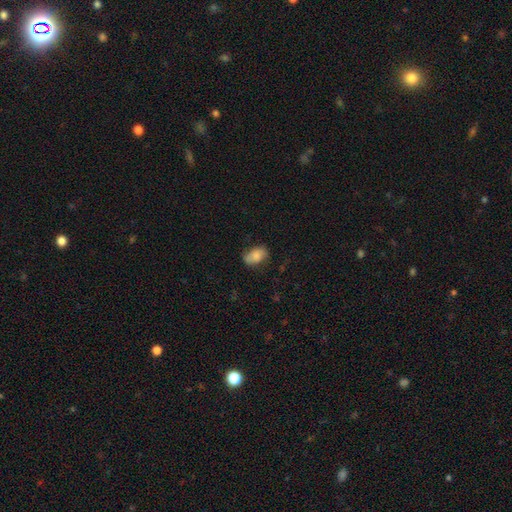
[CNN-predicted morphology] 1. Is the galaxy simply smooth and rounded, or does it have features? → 77% smooth, 15% featured or disk, 8% star or artifact.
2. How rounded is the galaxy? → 89% in between, 9% round, 2% cigar-shaped.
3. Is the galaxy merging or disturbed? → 70% none, 23% minor disturbance, 5% major disturbance, 2% merger.